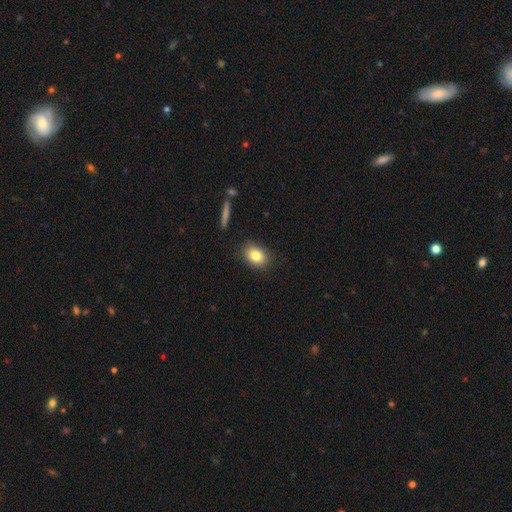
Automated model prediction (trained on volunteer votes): Q: Smooth or featured?
A: smooth (81%); runner-up: featured or disk (9%)
Q: How rounded?
A: in between (68%); runner-up: round (30%)
Q: Merging?
A: none (86%); runner-up: minor disturbance (10%)